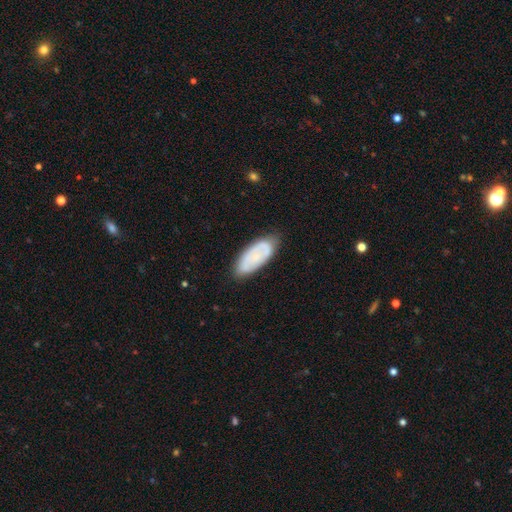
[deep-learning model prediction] Smooth or featured? smooth (52%)
How rounded? in between (86%)
Merging? none (75%)